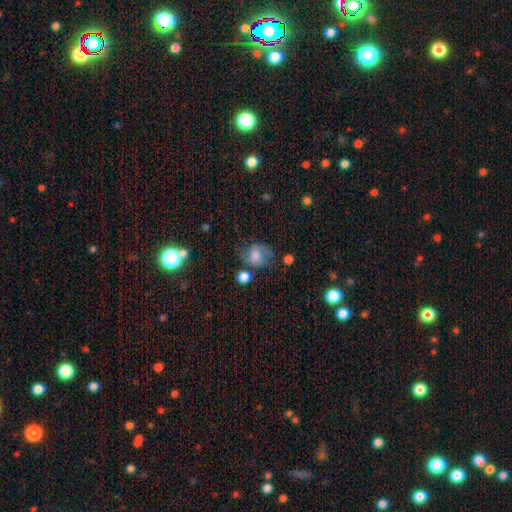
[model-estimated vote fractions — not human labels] smooth-or-featured: smooth: 56% | featured or disk: 33% | star or artifact: 11%
  how-rounded: round: 59% | in between: 40% | cigar-shaped: 1%
  merging: none: 50% | minor disturbance: 26% | major disturbance: 17% | merger: 7%